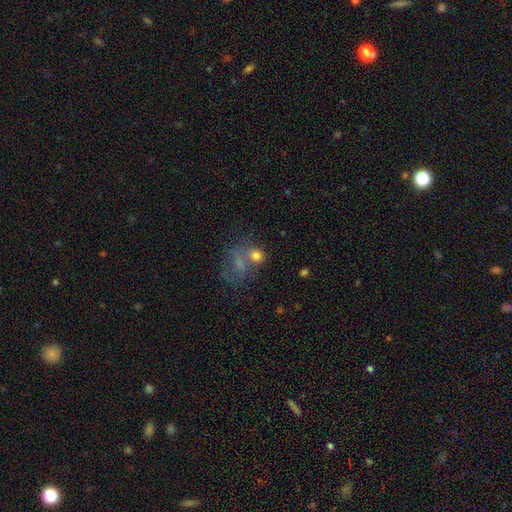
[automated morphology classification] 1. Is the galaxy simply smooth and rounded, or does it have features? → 73% smooth, 14% star or artifact, 13% featured or disk.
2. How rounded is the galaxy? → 65% round, 34% in between, 1% cigar-shaped.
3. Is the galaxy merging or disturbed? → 40% none, 37% merger, 13% minor disturbance, 9% major disturbance.